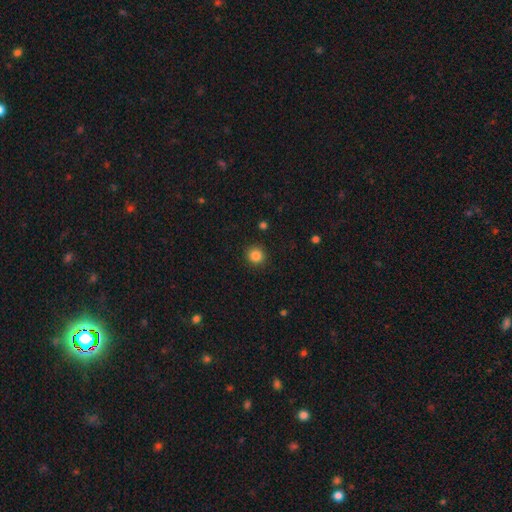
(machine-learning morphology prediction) The model was most divided on "smooth or featured": smooth: 85%, star or artifact: 11%, featured or disk: 4%. More confident: how rounded — round (92%); merging — none (91%).